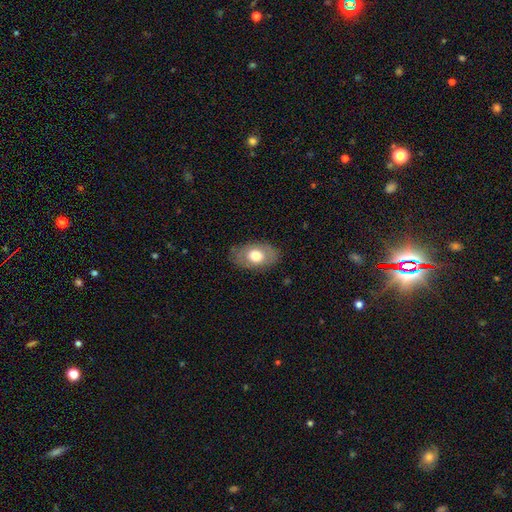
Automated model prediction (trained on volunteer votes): Smooth or featured?
  - smooth: 66% *
  - featured or disk: 27%
  - star or artifact: 7%
How rounded?
  - in between: 87% *
  - round: 12%
  - cigar-shaped: 1%
Merging?
  - none: 78% *
  - minor disturbance: 16%
  - major disturbance: 5%
  - merger: 1%